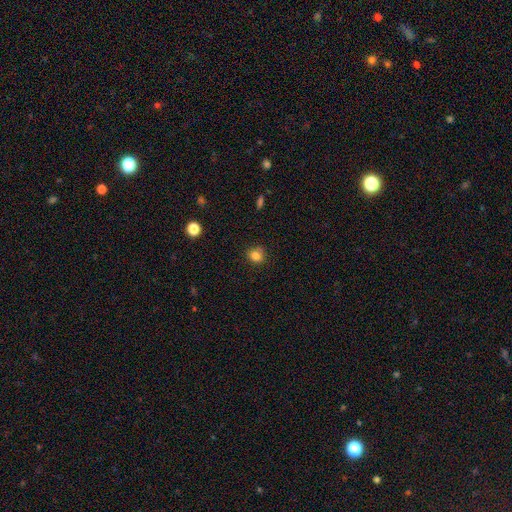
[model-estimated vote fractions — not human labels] The model was most divided on "how rounded": round: 82%, in between: 17%, cigar-shaped: 1%. More confident: smooth or featured — smooth (82%); merging — none (79%).